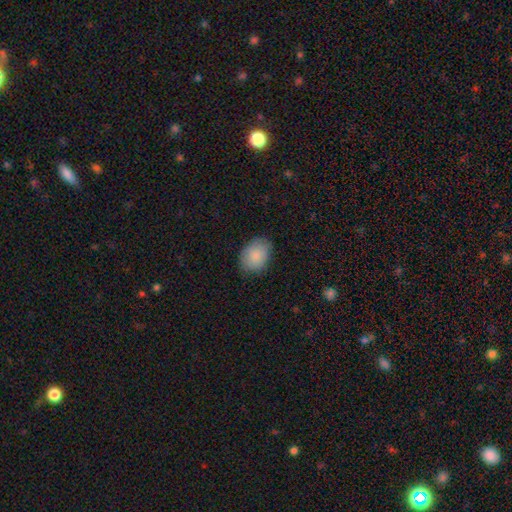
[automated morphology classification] A smooth galaxy with no disk features (87%) that is in between round and cigar-shaped (74%).

Vote fractions:
- Smooth or featured? smooth: 87% / star or artifact: 7% / featured or disk: 7%
- How rounded? in between: 74% / round: 25% / cigar-shaped: 1%
- Merging? none: 78% / minor disturbance: 17% / major disturbance: 4% / merger: 1%